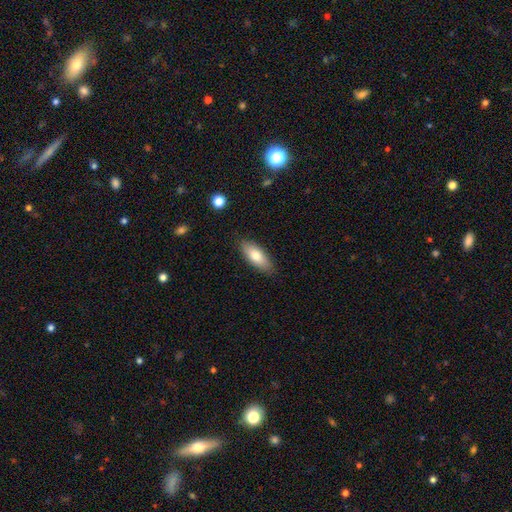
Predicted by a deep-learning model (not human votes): smooth-or-featured: smooth: 75% | featured or disk: 18% | star or artifact: 6%
  how-rounded: in between: 75% | cigar-shaped: 23% | round: 2%
  merging: none: 85% | minor disturbance: 11% | major disturbance: 2% | merger: 1%